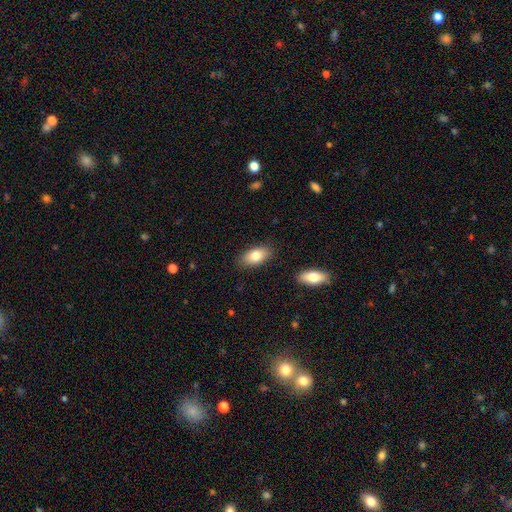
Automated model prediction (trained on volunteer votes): A smooth galaxy with no disk features (82%) that is in between round and cigar-shaped (90%). Merging: none (85%).